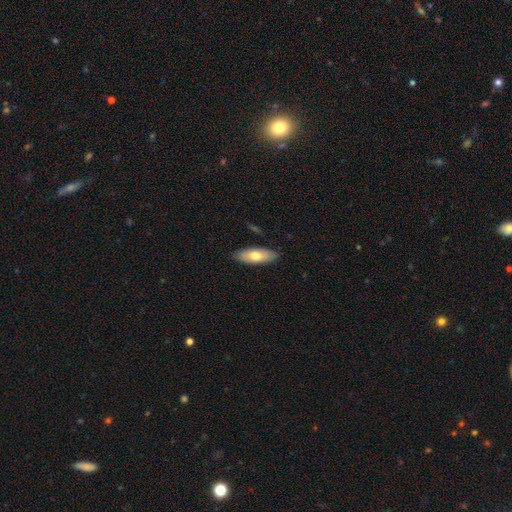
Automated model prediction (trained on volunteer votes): Q: Smooth or featured?
A: smooth (69%); runner-up: featured or disk (26%)
Q: How rounded?
A: in between (74%); runner-up: cigar-shaped (24%)
Q: Merging?
A: none (86%); runner-up: minor disturbance (10%)